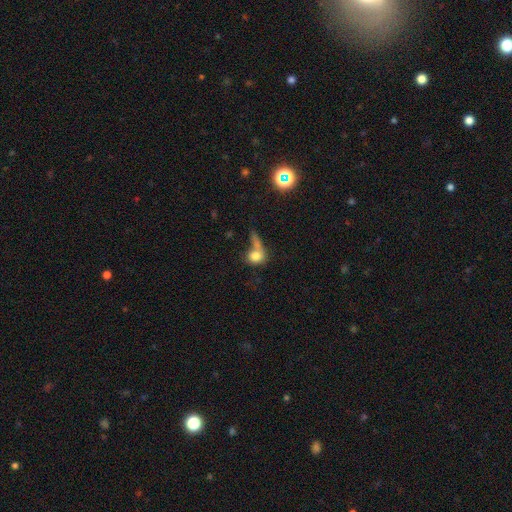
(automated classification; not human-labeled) This appears to be a smooth galaxy with no disk features (72%) that is round (62%). Merging: merger (33%).